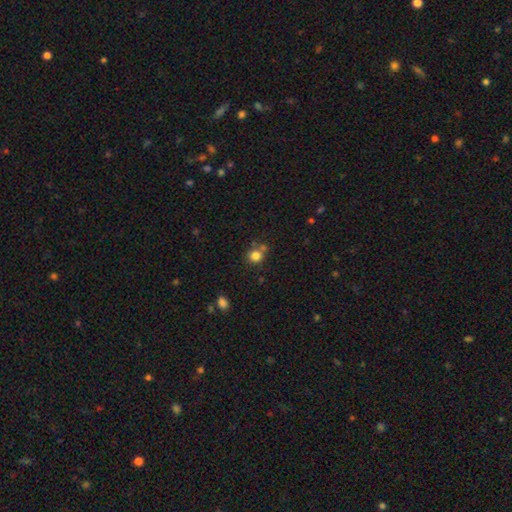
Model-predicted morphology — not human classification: smooth_or_featured: smooth (p=0.81) [alt: star or artifact p=0.12]
how_rounded: round (p=0.83) [alt: in between p=0.16]
merging: none (p=0.63) [alt: merger p=0.20]